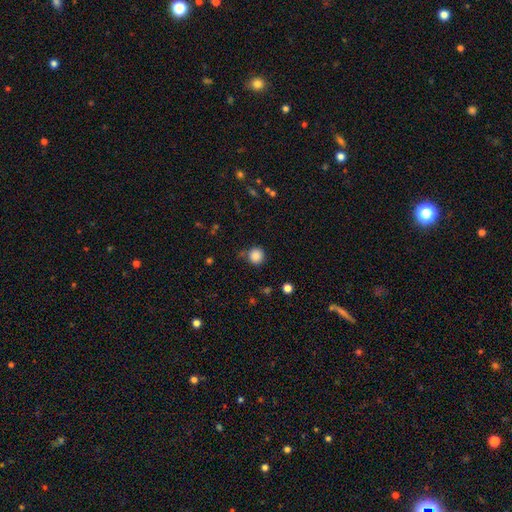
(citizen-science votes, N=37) A smooth galaxy with no disk features (92%) that is round (94%).

Vote fractions:
- Smooth or featured? smooth: 92% / featured or disk: 5% / star or artifact: 3%
- How rounded? round: 94% / in between: 6% / cigar-shaped: 0%
- Merging? none: 83% / major disturbance: 8% / merger: 6% / minor disturbance: 3%